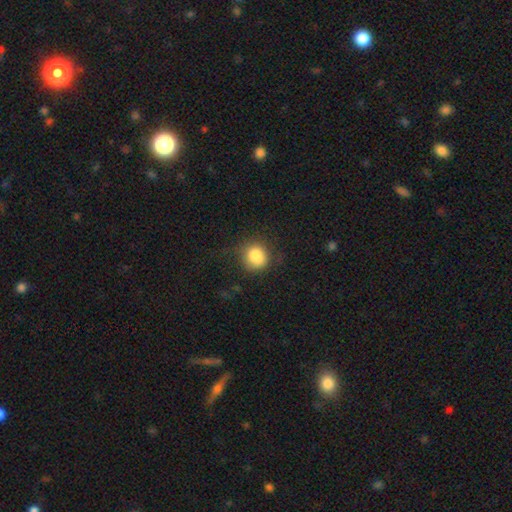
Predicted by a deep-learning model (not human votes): The model was most divided on "merging": none: 68%, minor disturbance: 20%, major disturbance: 9%, merger: 2%. More confident: smooth or featured — smooth (85%); how rounded — round (75%).